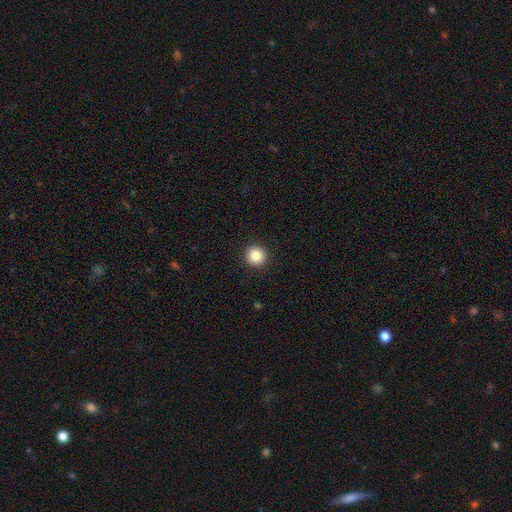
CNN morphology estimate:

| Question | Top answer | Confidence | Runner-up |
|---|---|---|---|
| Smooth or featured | smooth | 86% | star or artifact (10%) |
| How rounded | round | 96% | in between (3%) |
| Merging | none | 93% | minor disturbance (4%) |